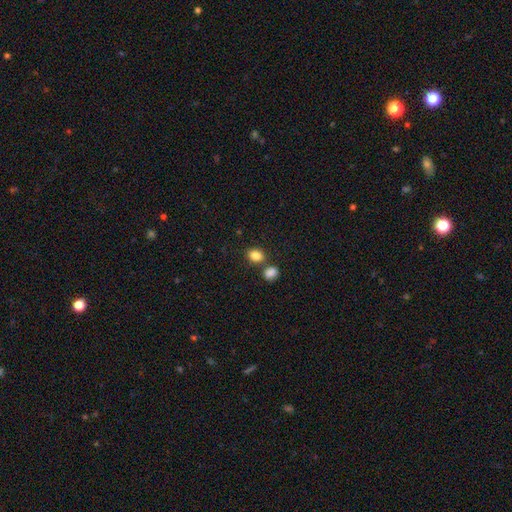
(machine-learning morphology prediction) Smooth or featured? smooth (85%)
How rounded? in between (63%)
Merging? none (65%)